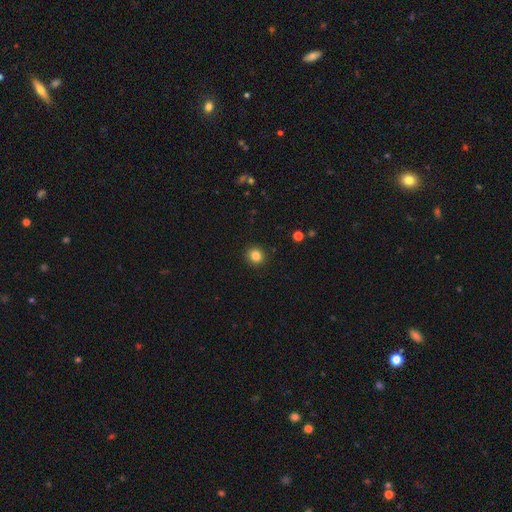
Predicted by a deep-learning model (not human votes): smooth 84%, star or artifact 11%, featured or disk 5%. Down the decision tree: how rounded — round (88%); merging — none (92%).